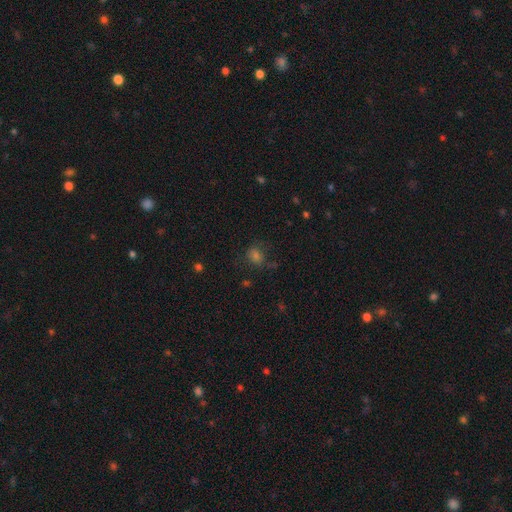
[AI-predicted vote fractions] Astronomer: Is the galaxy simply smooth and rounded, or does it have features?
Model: smooth — 58%.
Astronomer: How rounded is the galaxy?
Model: round — 58% (runner-up: in between, 40%).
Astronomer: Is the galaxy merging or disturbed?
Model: none — 62%.